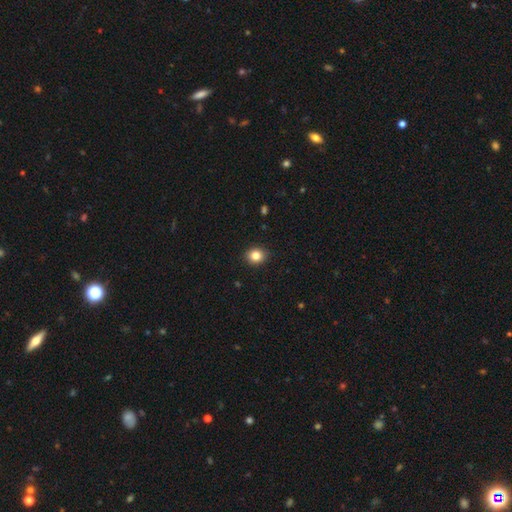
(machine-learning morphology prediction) A smooth galaxy with no disk features (84%) that is round (67%).

Vote fractions:
- Smooth or featured? smooth: 84% / star or artifact: 10% / featured or disk: 6%
- How rounded? round: 67% / in between: 32% / cigar-shaped: 1%
- Merging? none: 91% / minor disturbance: 7% / major disturbance: 2% / merger: 1%